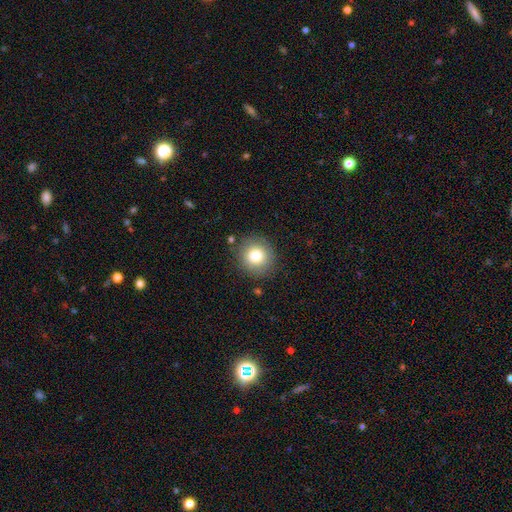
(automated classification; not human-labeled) smooth_or_featured: smooth (p=0.78) [alt: featured or disk p=0.12]
how_rounded: round (p=0.92) [alt: in between p=0.07]
merging: none (p=0.85) [alt: minor disturbance p=0.09]